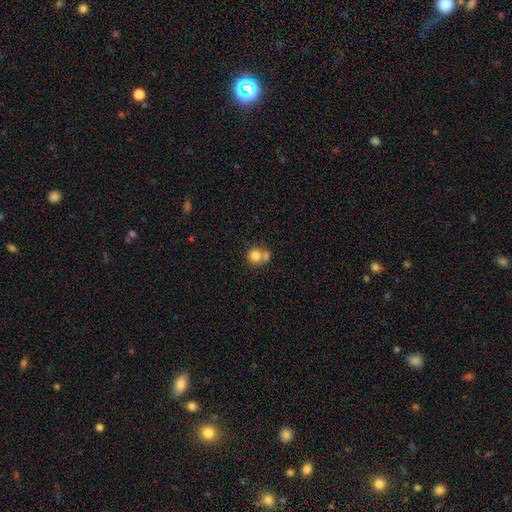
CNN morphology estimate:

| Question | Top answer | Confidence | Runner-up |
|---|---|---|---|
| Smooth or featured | smooth | 78% | featured or disk (12%) |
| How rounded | round | 86% | in between (13%) |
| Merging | merger | 47% | none (41%) |